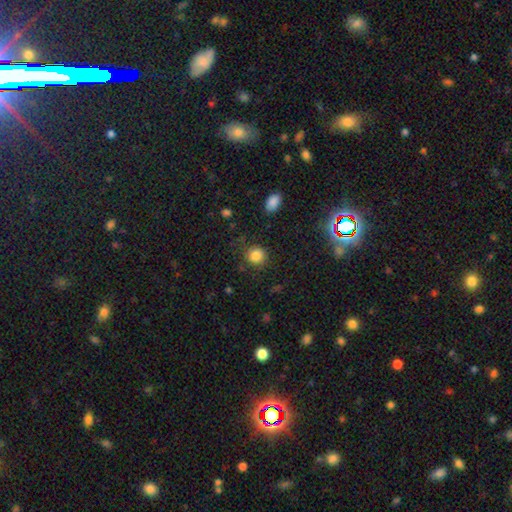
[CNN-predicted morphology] Smooth or featured: smooth — 83% (star or artifact — 11%)
How rounded: round — 87% (in between — 12%)
Merging: none — 81% (minor disturbance — 13%)